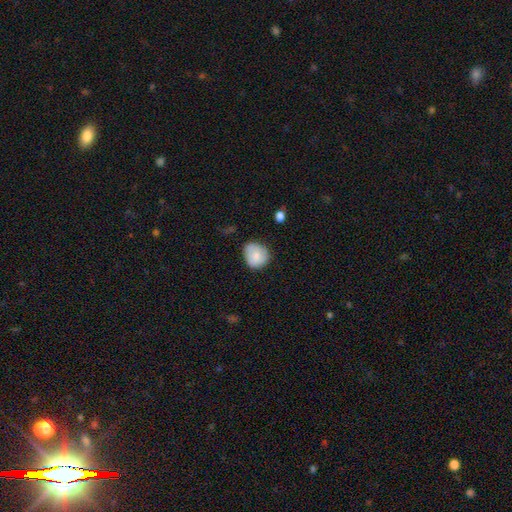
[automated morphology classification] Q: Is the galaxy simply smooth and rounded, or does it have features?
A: smooth — 79%.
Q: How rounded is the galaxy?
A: round — 69%.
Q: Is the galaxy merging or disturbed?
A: none — 64%.